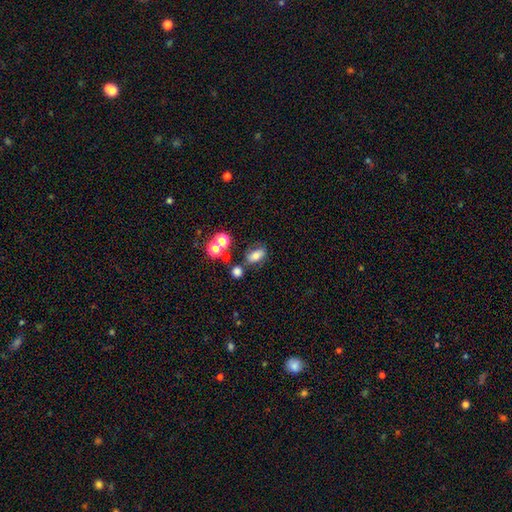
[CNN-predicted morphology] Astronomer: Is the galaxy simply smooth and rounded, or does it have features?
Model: smooth — 69%.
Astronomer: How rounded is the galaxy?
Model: in between — 78%.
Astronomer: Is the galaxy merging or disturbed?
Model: none — 66%.